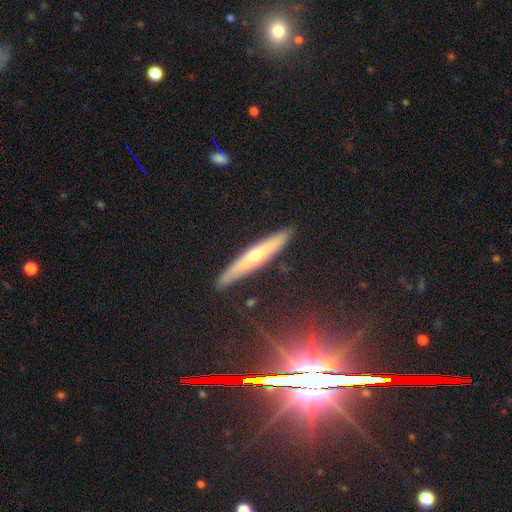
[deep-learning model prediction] Smooth or featured? featured or disk (47%)
Merging? none (89%)